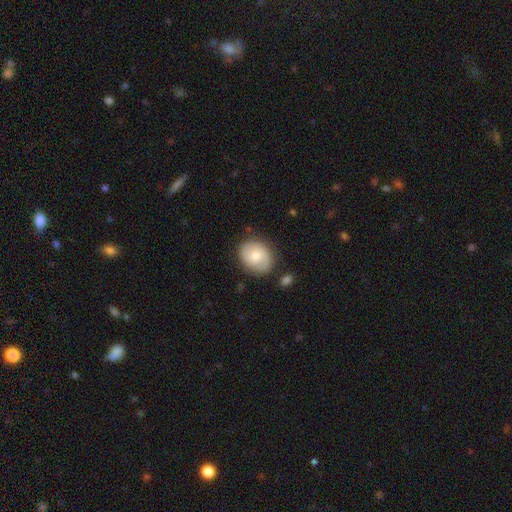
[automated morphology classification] A smooth galaxy with no disk features (59%) that is round (57%). Merging: none (79%).